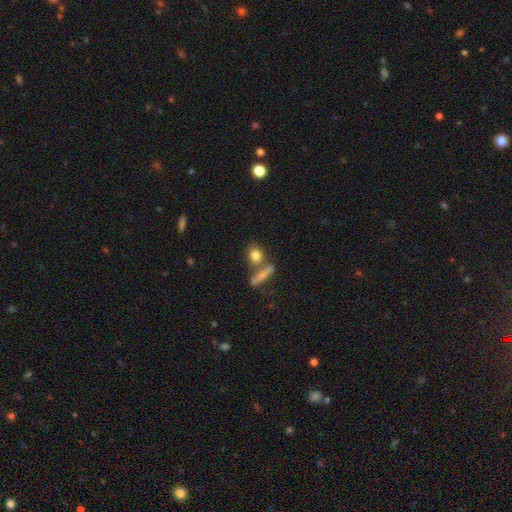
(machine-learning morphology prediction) This is clearly a smooth galaxy (80%). How rounded: possibly round (52%). Merging: likely none (63%).